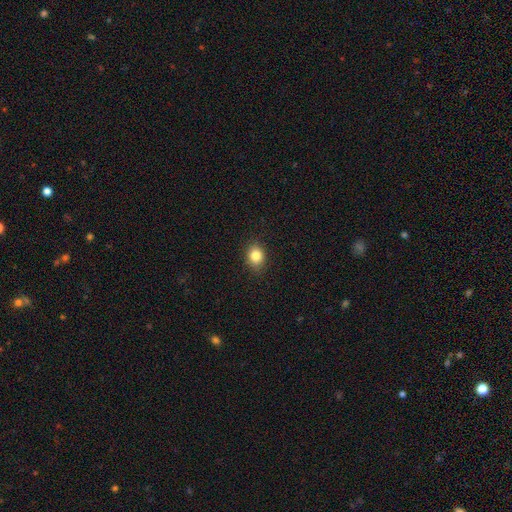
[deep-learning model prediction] Morphology: type=smooth (84%); roundness=round (51%); merging=none (87%).